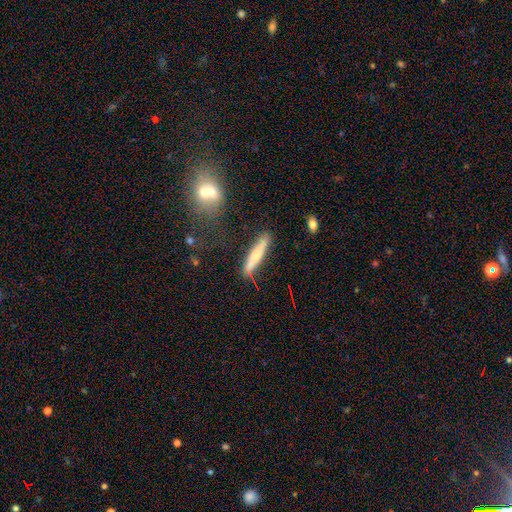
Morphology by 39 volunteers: Volunteers were most divided on "smooth or featured": smooth: 49%, featured or disk: 44%, star or artifact: 8%. More confident: how rounded — cigar-shaped (89%); merging — none (89%).